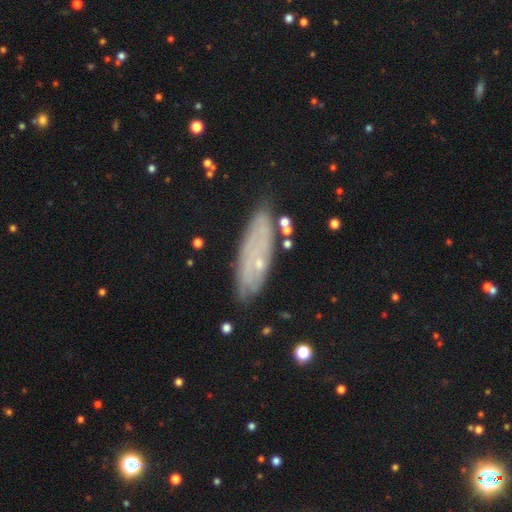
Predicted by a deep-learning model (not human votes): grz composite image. It shows a featured or disk galaxy (59%). Merging: none (80%).